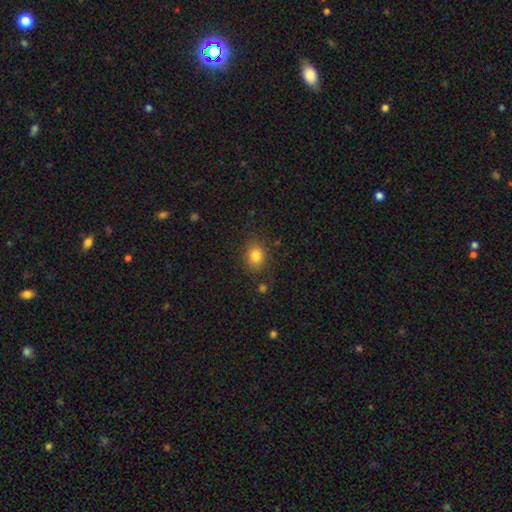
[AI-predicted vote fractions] smooth-or-featured: smooth: 82% | star or artifact: 11% | featured or disk: 7%
  how-rounded: round: 53% | in between: 46% | cigar-shaped: 1%
  merging: none: 82% | minor disturbance: 11% | major disturbance: 4% | merger: 3%